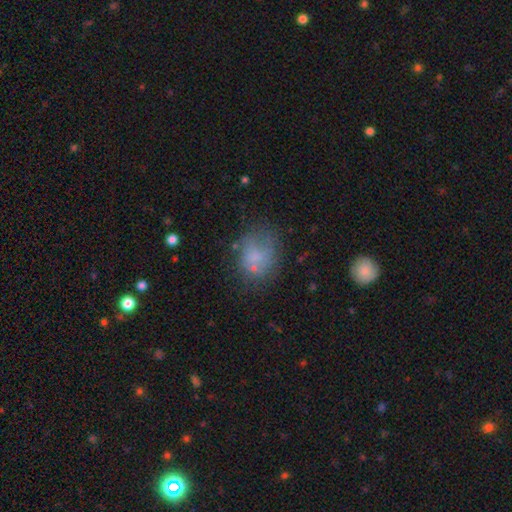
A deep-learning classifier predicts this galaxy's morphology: A smooth galaxy with no disk features (62%) that is in between round and cigar-shaped (51%). Merging: none (50%).